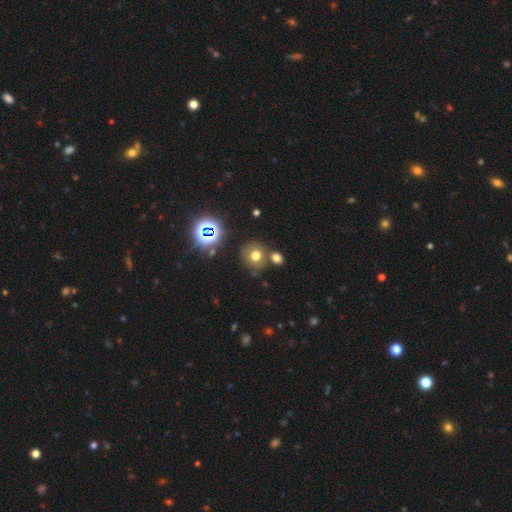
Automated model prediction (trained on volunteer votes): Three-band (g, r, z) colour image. It shows a smooth galaxy with no disk features (66%) that is round (82%). Merging: none (65%).